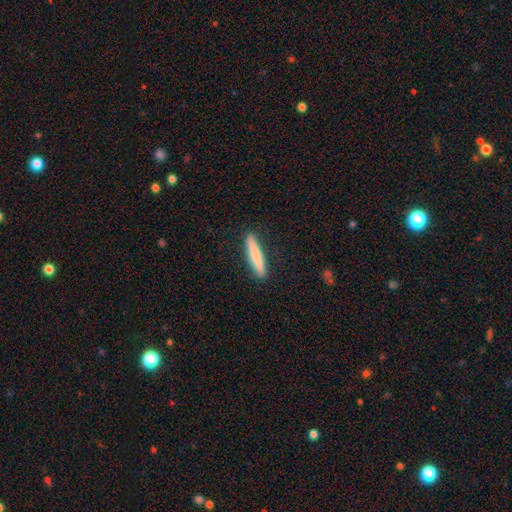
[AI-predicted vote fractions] Smooth or featured? smooth (77%)
How rounded? cigar-shaped (93%)
Merging? none (90%)